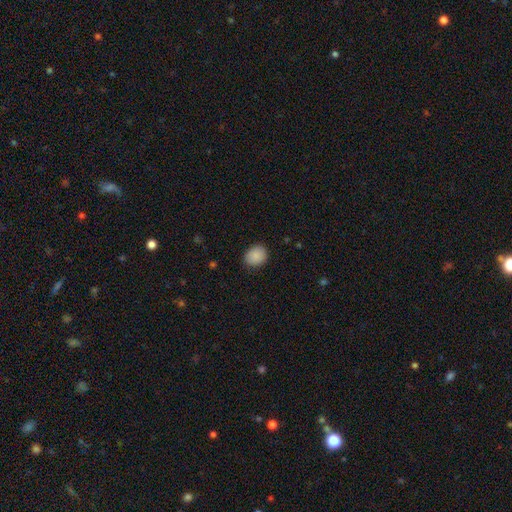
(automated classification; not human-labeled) smooth_or_featured: smooth (p=0.88) [alt: star or artifact p=0.08]
how_rounded: round (p=0.59) [alt: in between p=0.40]
merging: none (p=0.86) [alt: minor disturbance p=0.11]